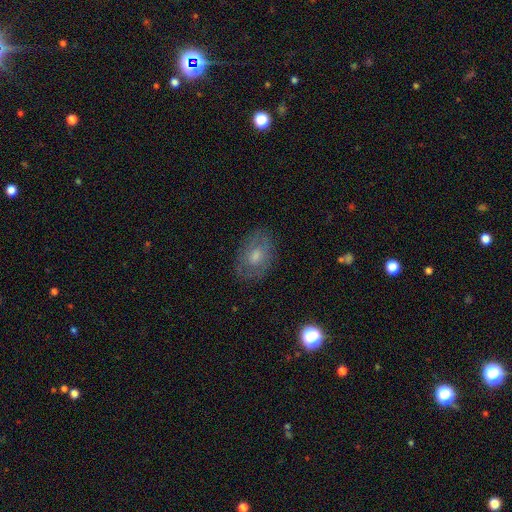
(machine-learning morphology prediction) Q: Smooth or featured?
A: smooth (51%); runner-up: featured or disk (36%)
Q: How rounded?
A: in between (76%); runner-up: round (23%)
Q: Merging?
A: none (80%); runner-up: minor disturbance (14%)